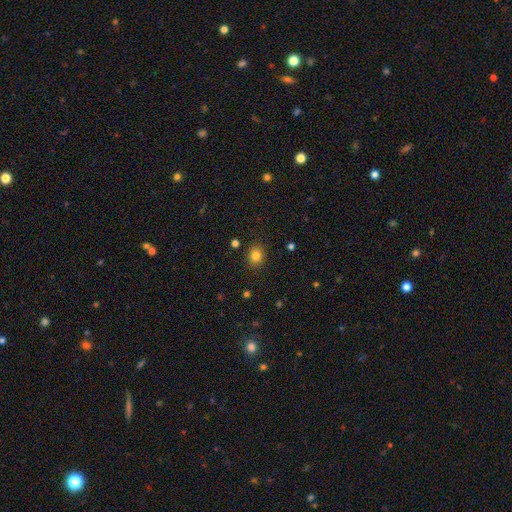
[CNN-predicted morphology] This is clearly a smooth galaxy (82%). How rounded: likely round (66%). Merging: clearly none (88%).